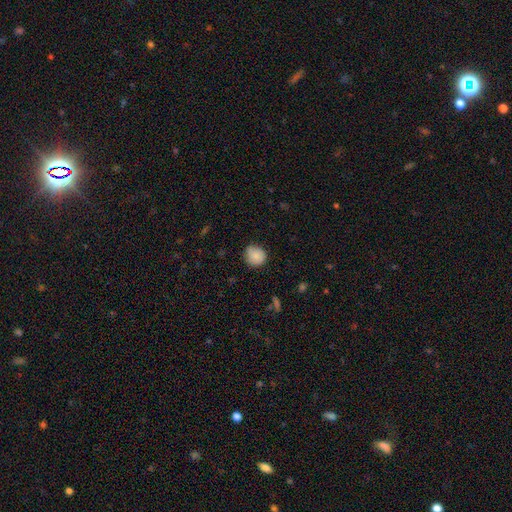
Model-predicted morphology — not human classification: smooth_or_featured: smooth (p=0.83) [alt: featured or disk p=0.09]
how_rounded: round (p=0.85) [alt: in between p=0.14]
merging: none (p=0.72) [alt: minor disturbance p=0.23]